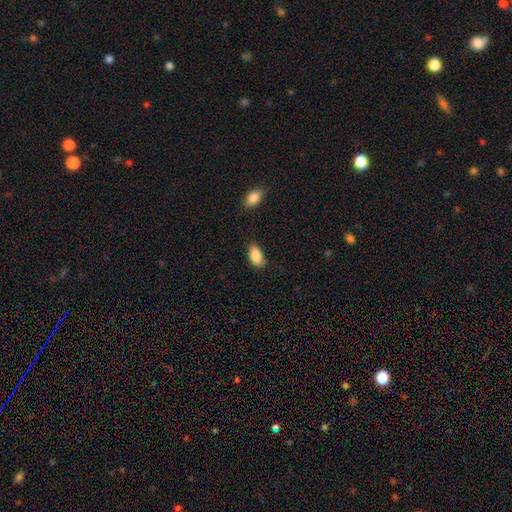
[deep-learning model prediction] Morphology: type=smooth (87%); roundness=in between (92%); merging=none (81%).